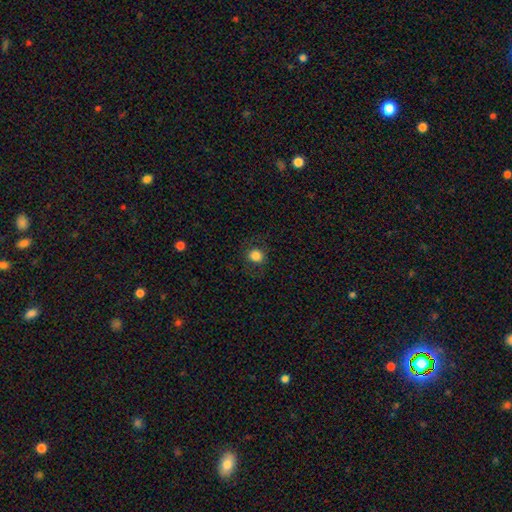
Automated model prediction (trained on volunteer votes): Morphology: type=smooth (83%); roundness=round (84%); merging=none (85%).